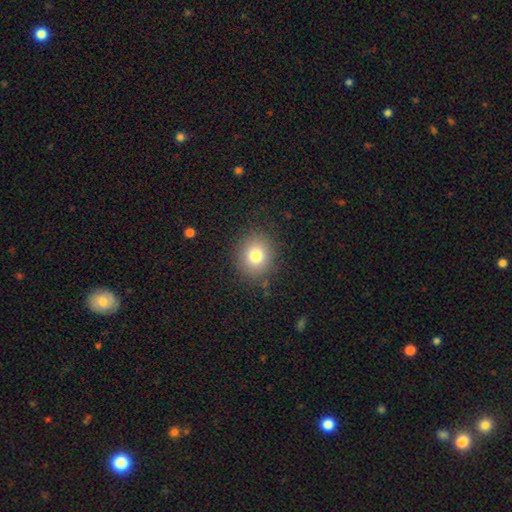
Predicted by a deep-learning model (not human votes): Overall: smooth (78%). How rounded: round (79%). Merging: none (87%).